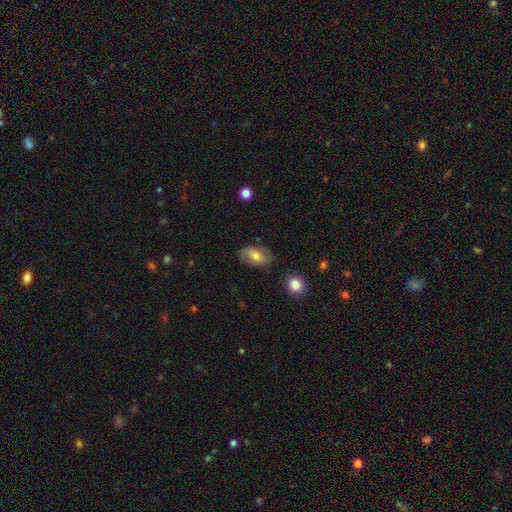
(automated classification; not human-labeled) Q: Smooth or featured?
A: smooth (61%); runner-up: featured or disk (31%)
Q: How rounded?
A: in between (88%); runner-up: round (9%)
Q: Merging?
A: none (72%); runner-up: minor disturbance (20%)